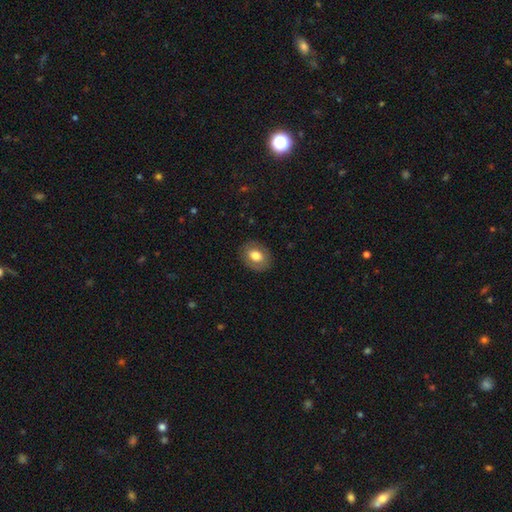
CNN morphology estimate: Smooth or featured? Predicted: smooth (p=0.74). How rounded? Predicted: in between (p=0.64). Merging? Predicted: none (p=0.86).